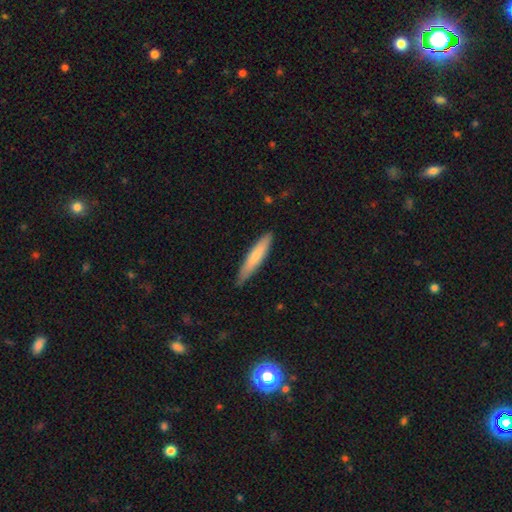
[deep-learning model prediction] Smooth or featured? Predicted: smooth (p=0.72). How rounded? Predicted: cigar-shaped (p=0.89). Merging? Predicted: none (p=0.83).